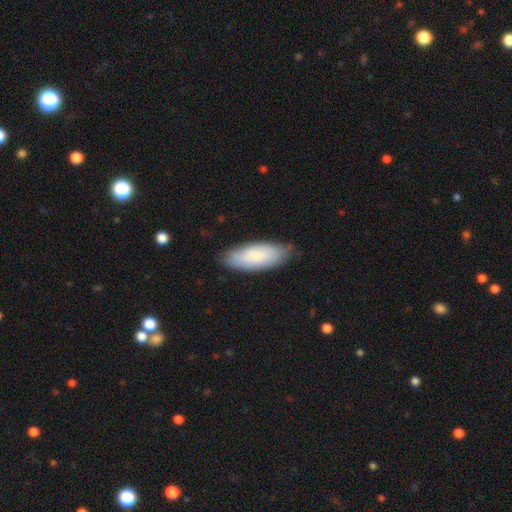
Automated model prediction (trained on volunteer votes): A smooth galaxy with no disk features (81%) that is in between round and cigar-shaped (76%). Merging: none (80%).